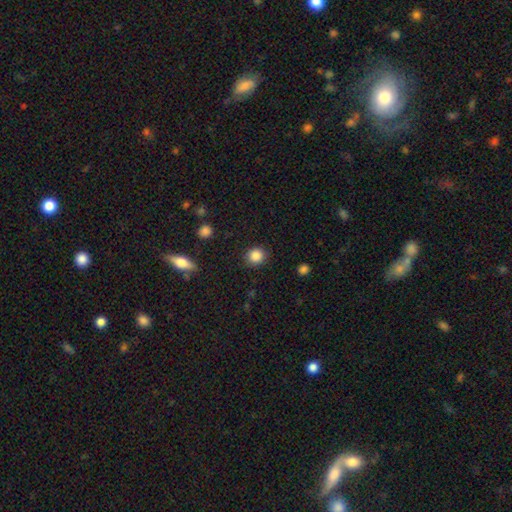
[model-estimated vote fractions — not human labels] Morphology: type=smooth (86%); roundness=round (88%); merging=none (88%).